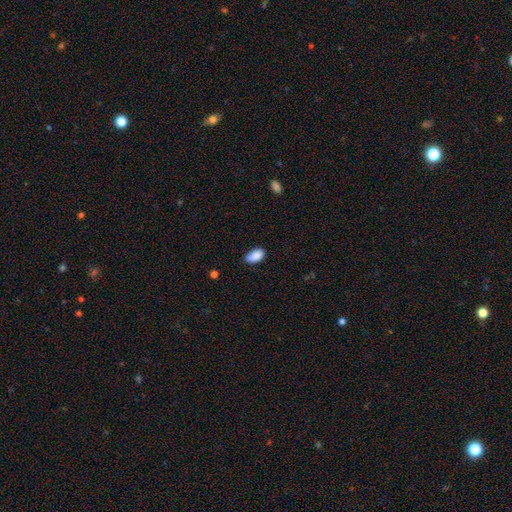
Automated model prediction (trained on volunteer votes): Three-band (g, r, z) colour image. It shows a smooth galaxy with no disk features (88%) that is in between round and cigar-shaped (94%). Merging: none (67%).